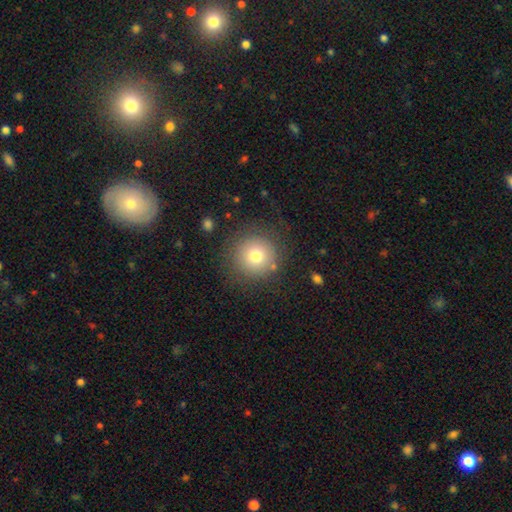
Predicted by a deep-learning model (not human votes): This is likely a smooth galaxy (75%). How rounded: clearly round (95%). Merging: clearly none (85%).